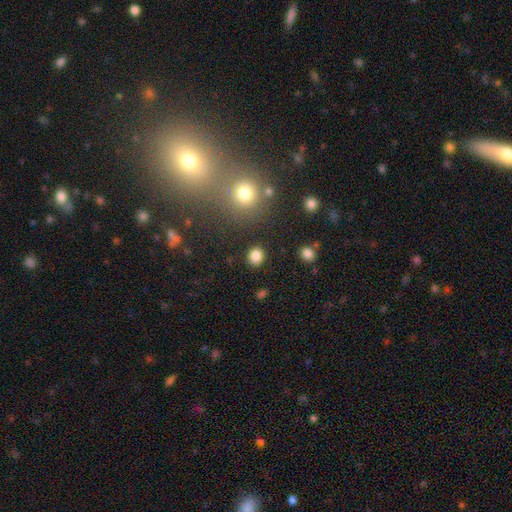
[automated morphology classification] Smooth or featured: smooth — 84% (star or artifact — 11%)
How rounded: round — 80% (in between — 19%)
Merging: none — 89% (minor disturbance — 7%)